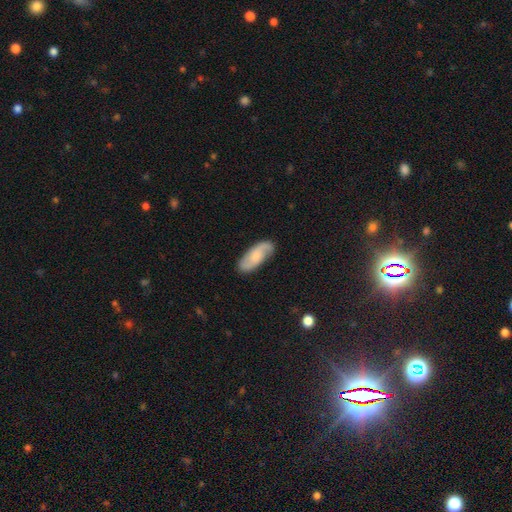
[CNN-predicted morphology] Smooth or featured? Predicted: featured or disk (p=0.51). Edge-on disk? Predicted: no (p=0.91). Merging? Predicted: none (p=0.83).